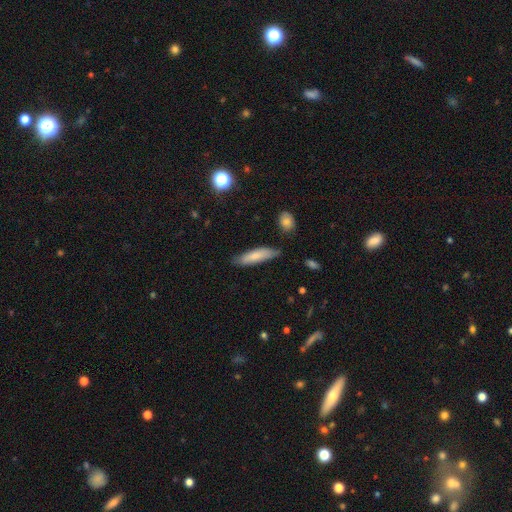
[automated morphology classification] Smooth or featured?
  - smooth: 77% *
  - featured or disk: 16%
  - star or artifact: 6%
How rounded?
  - cigar-shaped: 70% *
  - in between: 28%
  - round: 2%
Merging?
  - none: 75% *
  - minor disturbance: 19%
  - major disturbance: 3%
  - merger: 3%